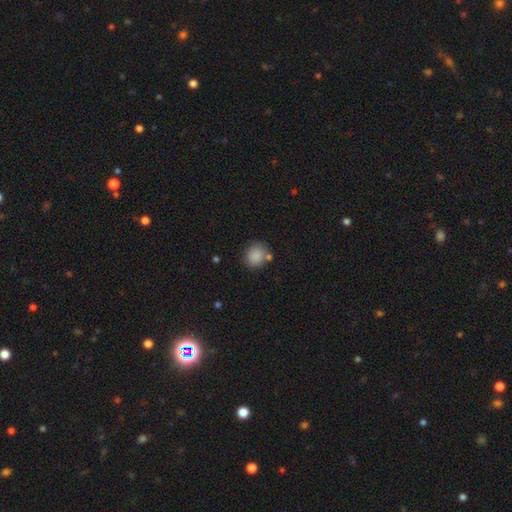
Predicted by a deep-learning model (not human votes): Smooth or featured? smooth (87%)
How rounded? round (80%)
Merging? none (74%)